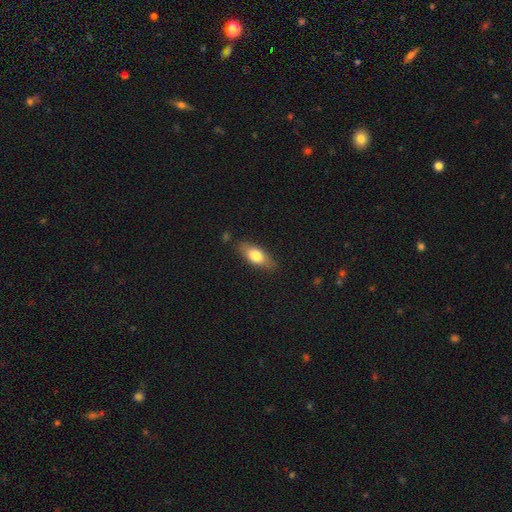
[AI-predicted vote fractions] Smooth or featured? smooth (72%)
How rounded? in between (76%)
Merging? none (80%)